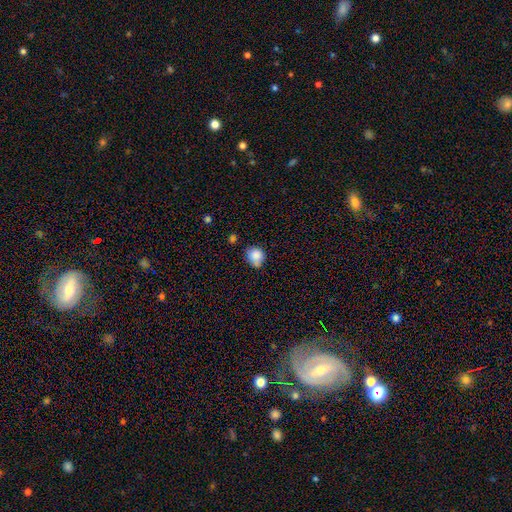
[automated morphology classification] Smooth or featured: smooth — 85% (star or artifact — 9%)
How rounded: round — 74% (in between — 25%)
Merging: none — 58% (minor disturbance — 30%)